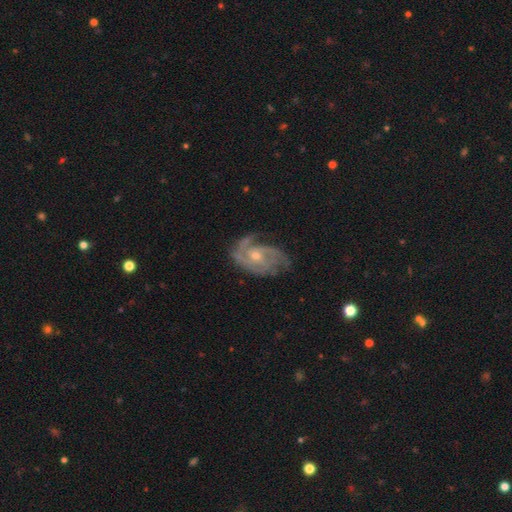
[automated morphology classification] A featured or disk galaxy (87%) with no bar (67%), 3 (33%) tight (46%) spiral arms (96%) and a small central bulge (55%).

Vote fractions:
- Smooth or featured? featured or disk: 87% / smooth: 7% / star or artifact: 6%
- Edge-on disk? no: 97% / yes: 3%
- Bar? no: 67% / weak: 28% / strong: 5%
- Spiral arms? yes: 96% / no: 4%
- Spiral winding? tight: 46% / medium: 42% / loose: 11%
- Spiral arm count? 3: 33% / 2: 32% / can't tell: 18% / 4: 7% / 1: 6% / more than 4: 5%
- Bulge size? small: 55% / moderate: 41% / none: 2% / large: 1% / dominant: 1%
- Merging? none: 64% / minor disturbance: 23% / major disturbance: 12% / merger: 2%